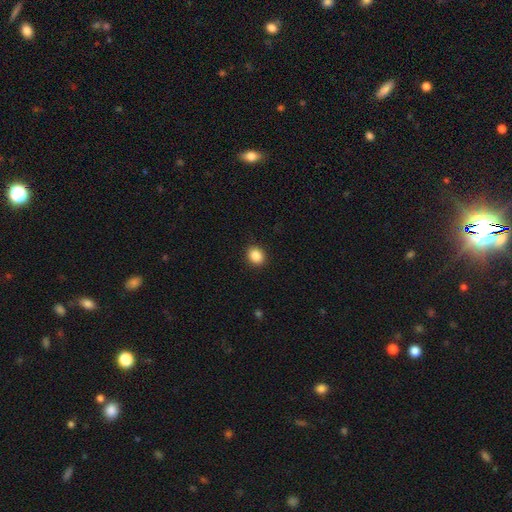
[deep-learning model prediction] smooth 87%, star or artifact 9%, featured or disk 4%. Down the decision tree: how rounded — round (67%); merging — none (91%).